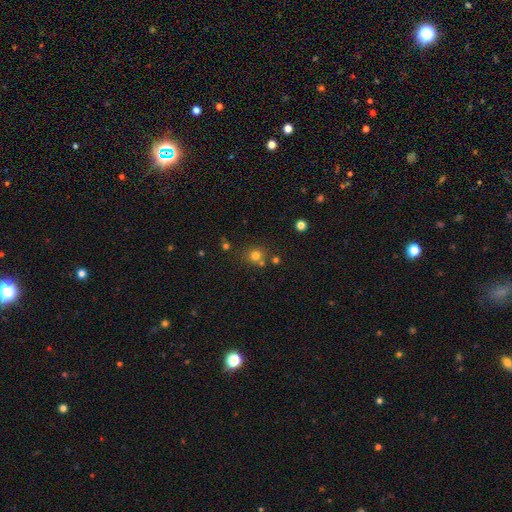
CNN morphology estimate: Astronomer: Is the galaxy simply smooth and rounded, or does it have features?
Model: smooth — 72%.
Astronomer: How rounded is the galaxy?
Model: round — 86%.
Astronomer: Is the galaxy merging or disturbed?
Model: none — 66%.